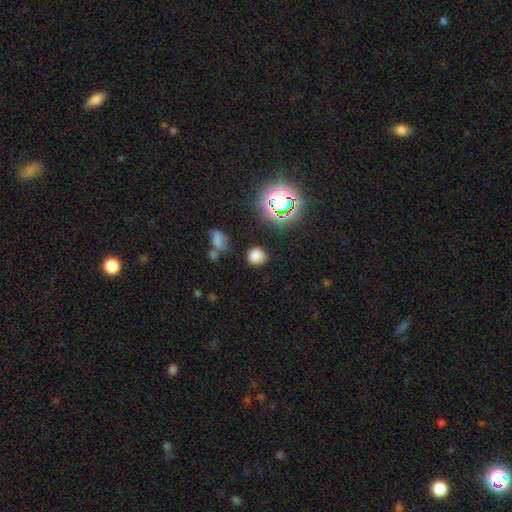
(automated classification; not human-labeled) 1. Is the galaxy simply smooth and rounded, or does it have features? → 75% smooth, 20% star or artifact, 6% featured or disk.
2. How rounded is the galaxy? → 85% round, 14% in between, 1% cigar-shaped.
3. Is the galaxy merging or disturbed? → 82% none, 11% minor disturbance, 4% major disturbance, 3% merger.